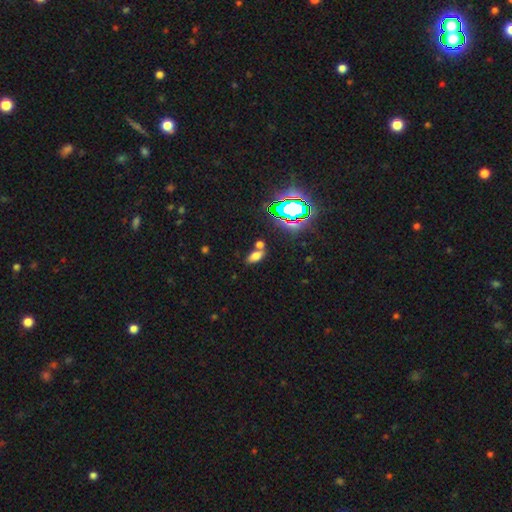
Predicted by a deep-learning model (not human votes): This is likely a smooth galaxy (66%). How rounded: clearly in between (87%). Merging: likely none (61%).